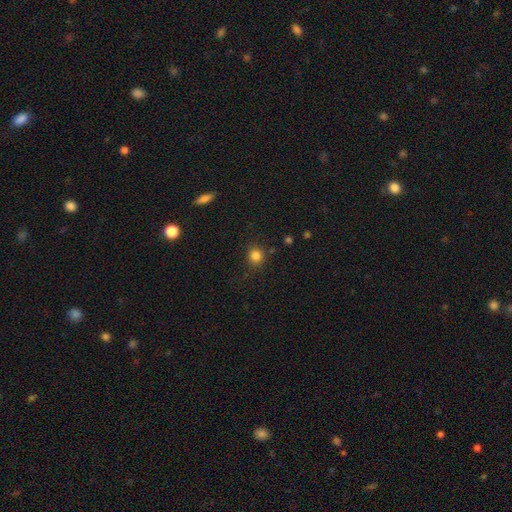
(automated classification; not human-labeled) The model was most divided on "smooth or featured": smooth: 83%, star or artifact: 13%, featured or disk: 5%. More confident: how rounded — round (89%); merging — none (85%).